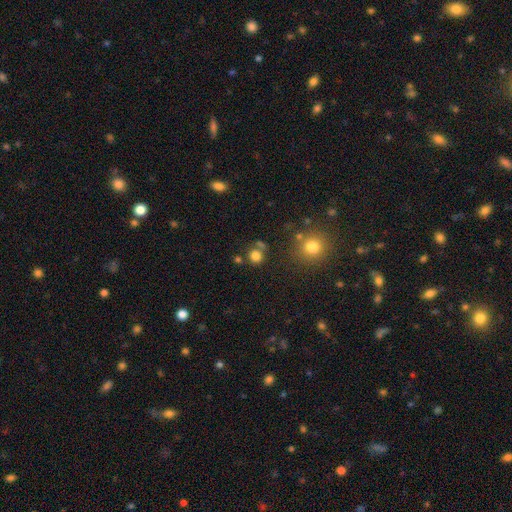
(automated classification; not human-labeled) smooth-or-featured: smooth: 79% | star or artifact: 15% | featured or disk: 6%
  how-rounded: round: 91% | in between: 8% | cigar-shaped: 1%
  merging: none: 73% | merger: 14% | minor disturbance: 9% | major disturbance: 4%